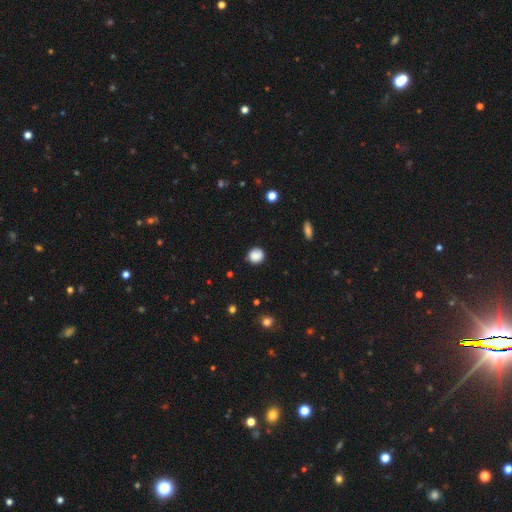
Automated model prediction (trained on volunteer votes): Smooth or featured?
  - smooth: 85% *
  - star or artifact: 10%
  - featured or disk: 5%
How rounded?
  - round: 89% *
  - in between: 10%
  - cigar-shaped: 1%
Merging?
  - none: 84% *
  - minor disturbance: 12%
  - major disturbance: 3%
  - merger: 1%